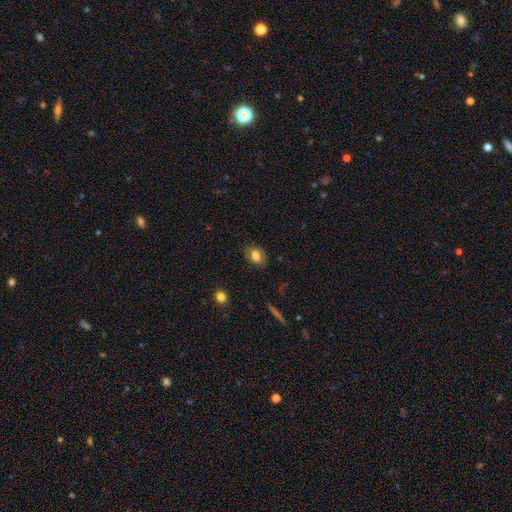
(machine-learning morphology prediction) Smooth or featured? Predicted: smooth (p=0.77). How rounded? Predicted: in between (p=0.74). Merging? Predicted: none (p=0.81).